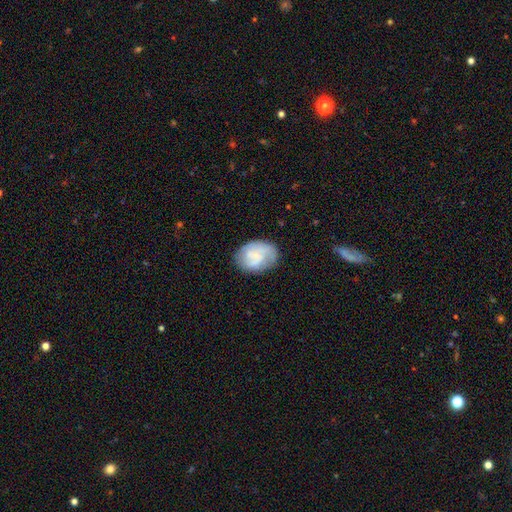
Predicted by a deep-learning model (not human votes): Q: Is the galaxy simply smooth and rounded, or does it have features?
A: featured or disk — 49%.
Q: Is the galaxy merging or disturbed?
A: none — 62%.